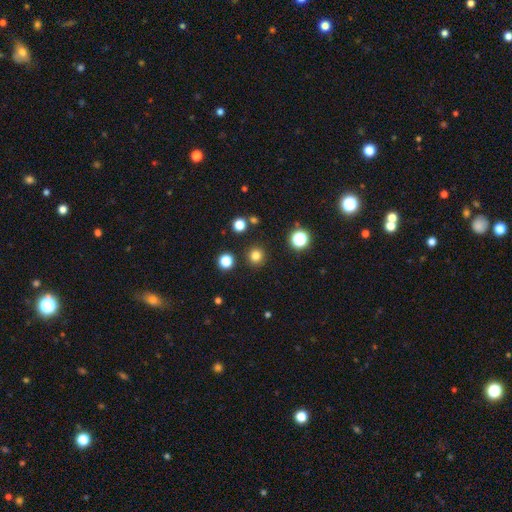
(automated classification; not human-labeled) Q: Smooth or featured?
A: smooth (80%); runner-up: star or artifact (15%)
Q: How rounded?
A: round (95%); runner-up: in between (4%)
Q: Merging?
A: none (91%); runner-up: minor disturbance (5%)